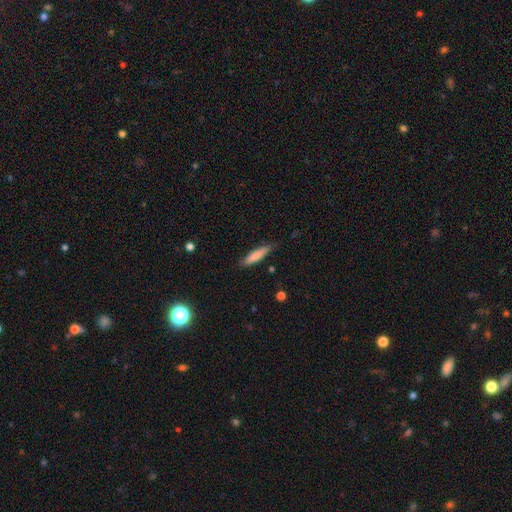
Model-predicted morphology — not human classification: The model was most divided on "smooth or featured": smooth: 78%, featured or disk: 16%, star or artifact: 6%. More confident: how rounded — cigar-shaped (83%); merging — none (80%).